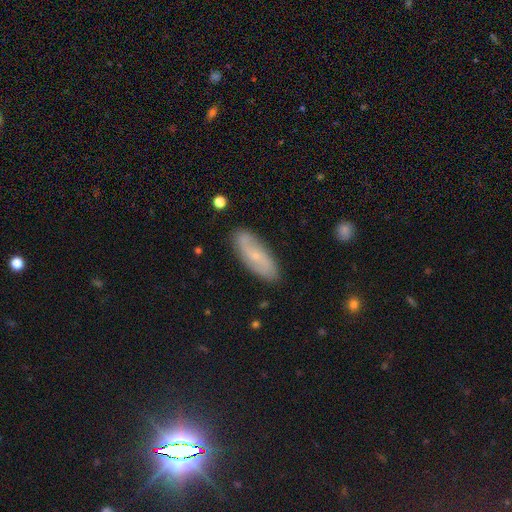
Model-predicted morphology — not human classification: A featured or disk galaxy (56%). Merging: none (84%).